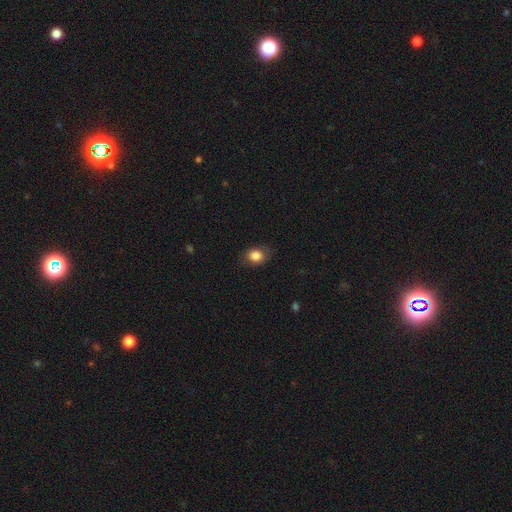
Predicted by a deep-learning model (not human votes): Overall: smooth (83%). How rounded: in between (54%; round 45%). Merging: none (76%).